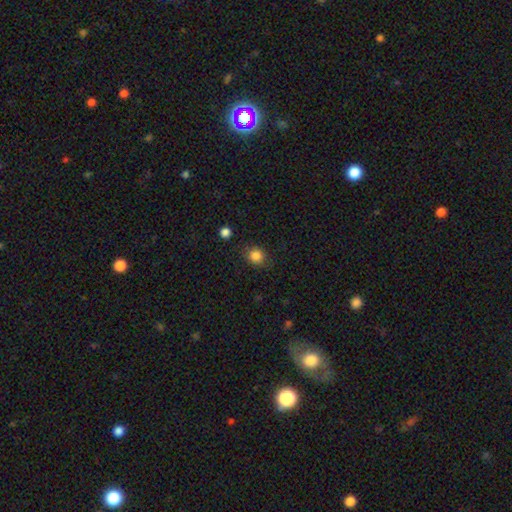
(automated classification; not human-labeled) A smooth galaxy with no disk features (85%) that is round (73%).

Vote fractions:
- Smooth or featured? smooth: 85% / star or artifact: 11% / featured or disk: 4%
- How rounded? round: 73% / in between: 26% / cigar-shaped: 1%
- Merging? none: 82% / minor disturbance: 12% / major disturbance: 4% / merger: 2%